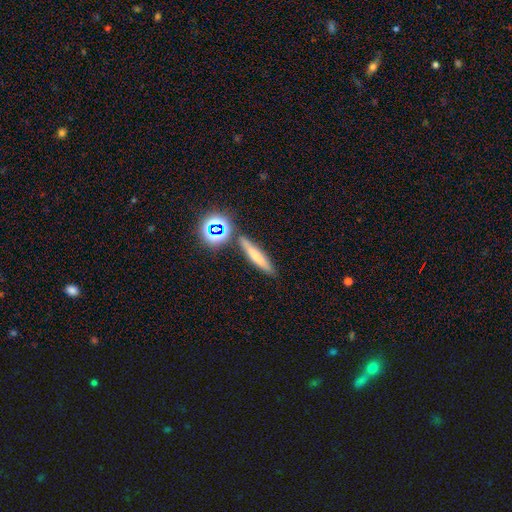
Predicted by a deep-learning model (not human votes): Q: Smooth or featured?
A: smooth (62%); runner-up: featured or disk (22%)
Q: How rounded?
A: cigar-shaped (83%); runner-up: in between (11%)
Q: Merging?
A: none (78%); runner-up: minor disturbance (10%)